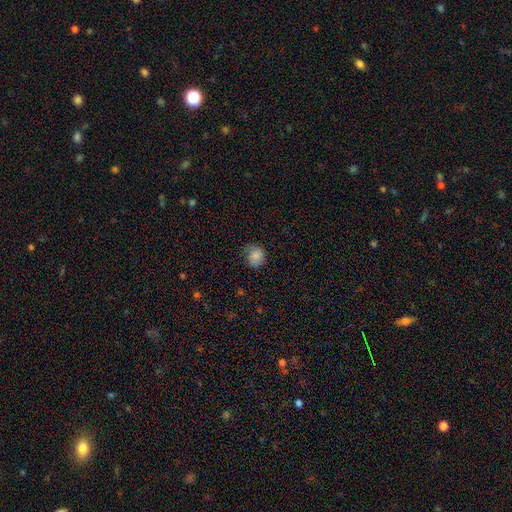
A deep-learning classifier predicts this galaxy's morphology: Smooth or featured?
  - smooth: 74% *
  - featured or disk: 17%
  - star or artifact: 8%
How rounded?
  - round: 71% *
  - in between: 28%
  - cigar-shaped: 1%
Merging?
  - none: 53% *
  - minor disturbance: 31%
  - major disturbance: 15%
  - merger: 1%